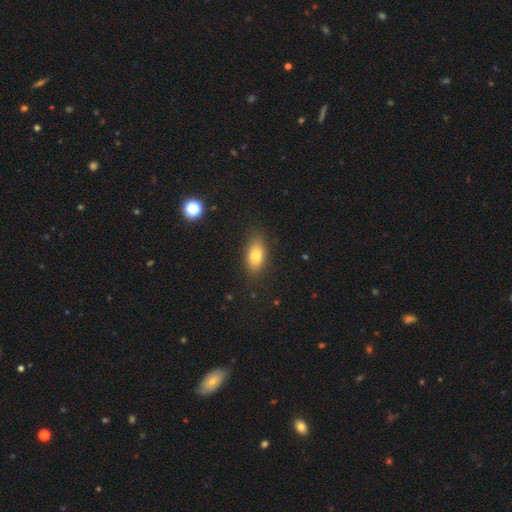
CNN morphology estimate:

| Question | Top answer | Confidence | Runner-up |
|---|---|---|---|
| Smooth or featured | smooth | 79% | featured or disk (12%) |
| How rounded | in between | 86% | round (8%) |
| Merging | none | 83% | minor disturbance (12%) |